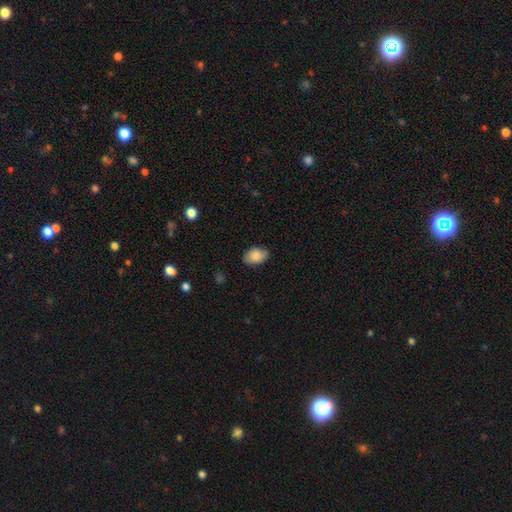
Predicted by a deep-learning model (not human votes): Smooth or featured?
  - smooth: 86% *
  - featured or disk: 7%
  - star or artifact: 7%
How rounded?
  - in between: 85% *
  - round: 14%
  - cigar-shaped: 1%
Merging?
  - none: 81% *
  - minor disturbance: 15%
  - major disturbance: 3%
  - merger: 1%